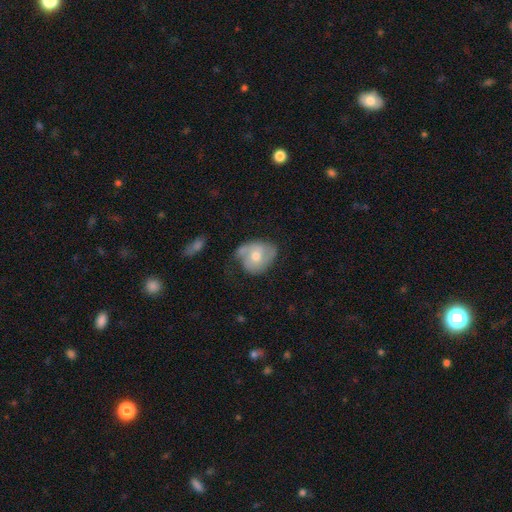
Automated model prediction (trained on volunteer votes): The model was most divided on "merging": none: 45%, minor disturbance: 32%, major disturbance: 18%, merger: 5%. More confident: edge-on disk — no (96%); bar — no (74%); bulge size — moderate (71%); spiral arms — yes (69%); smooth or featured — featured or disk (55%).